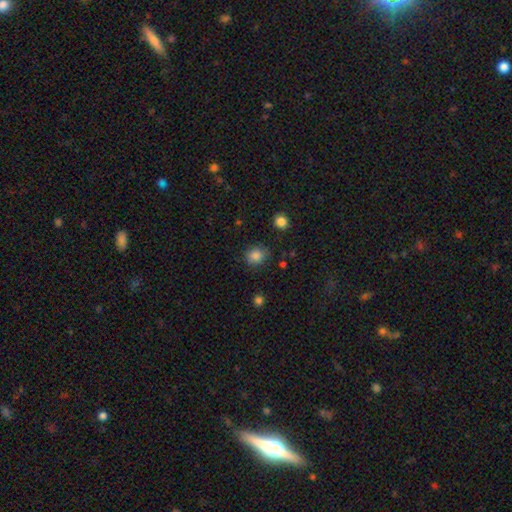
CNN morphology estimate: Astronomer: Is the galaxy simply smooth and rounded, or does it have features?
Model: smooth — 85%.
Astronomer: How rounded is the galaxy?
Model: round — 73%.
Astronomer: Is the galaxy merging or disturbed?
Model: none — 82%.